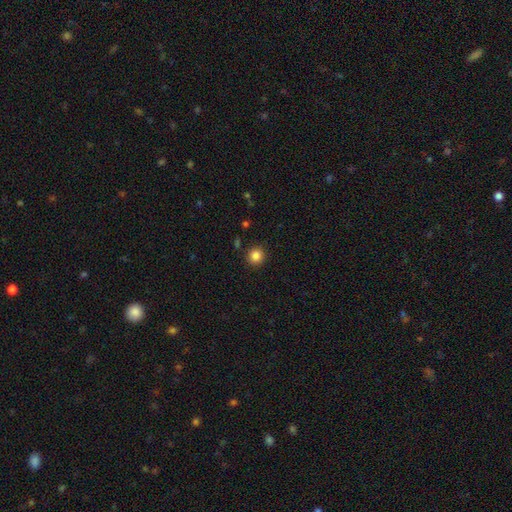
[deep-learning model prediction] Smooth or featured?
  - smooth: 85% *
  - star or artifact: 11%
  - featured or disk: 4%
How rounded?
  - round: 93% *
  - in between: 6%
  - cigar-shaped: 1%
Merging?
  - none: 90% *
  - minor disturbance: 6%
  - major disturbance: 2%
  - merger: 2%